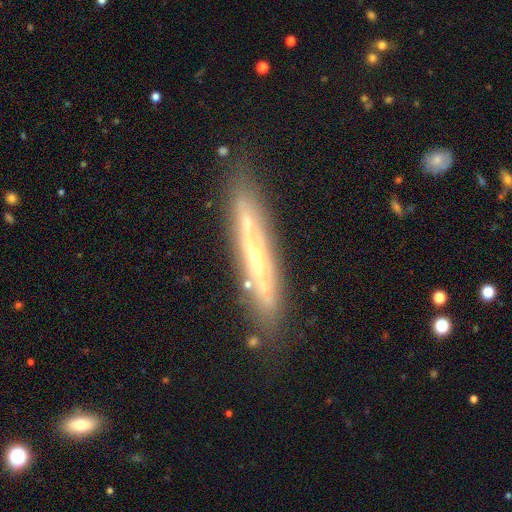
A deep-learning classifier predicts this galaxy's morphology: Smooth or featured?
  - featured or disk: 73% *
  - smooth: 20%
  - star or artifact: 8%
Edge-on disk?
  - yes: 78% *
  - no: 22%
Edge-on bulge?
  - rounded: 60% *
  - none: 36%
  - boxy: 4%
Merging?
  - none: 82% *
  - minor disturbance: 13%
  - major disturbance: 3%
  - merger: 3%